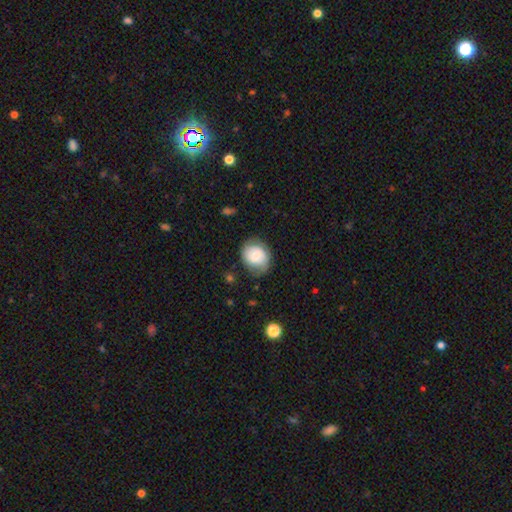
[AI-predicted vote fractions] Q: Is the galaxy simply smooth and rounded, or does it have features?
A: smooth — 62%.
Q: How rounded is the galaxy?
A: round — 62%.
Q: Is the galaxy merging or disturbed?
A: none — 64%.